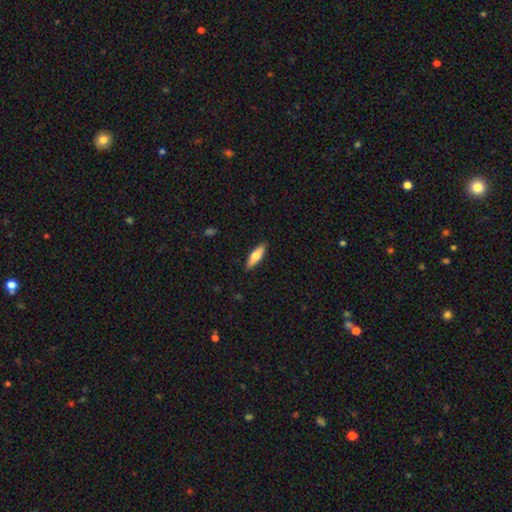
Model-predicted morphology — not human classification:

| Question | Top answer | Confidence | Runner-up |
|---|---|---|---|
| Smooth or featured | smooth | 66% | featured or disk (29%) |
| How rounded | cigar-shaped | 54% | in between (44%) |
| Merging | none | 88% | minor disturbance (9%) |